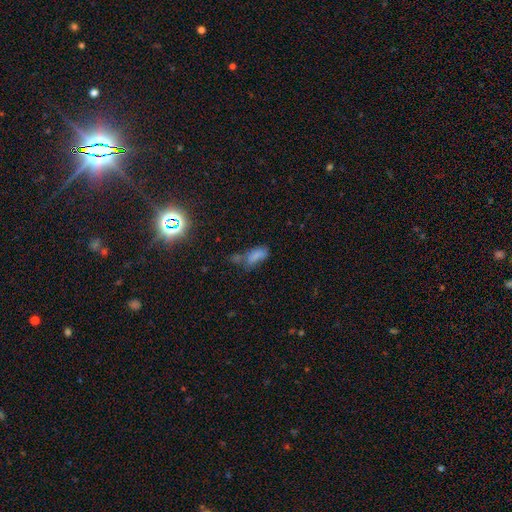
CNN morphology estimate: This appears to be a smooth galaxy with no disk features (73%) that is in between round and cigar-shaped (81%). Merging: none (33%).